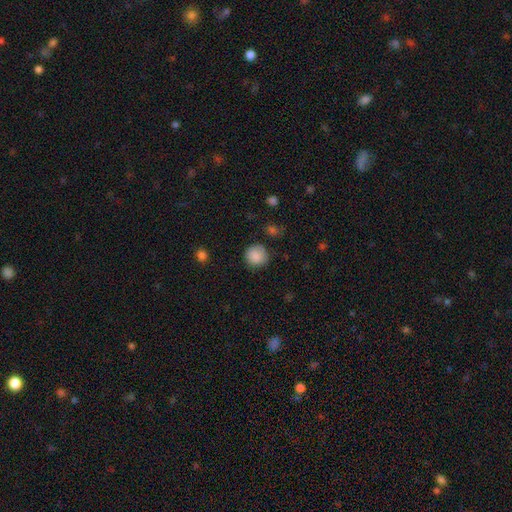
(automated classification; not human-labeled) A smooth galaxy with no disk features (88%) that is round (92%). Merging: none (83%).